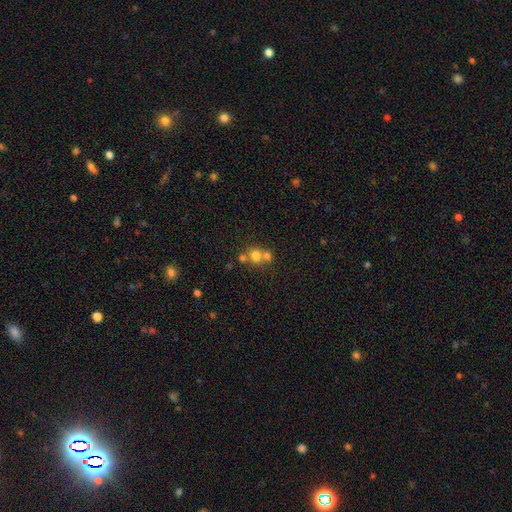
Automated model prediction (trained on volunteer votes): Smooth or featured? Predicted: smooth (p=0.69). How rounded? Predicted: round (p=0.81). Merging? Predicted: merger (p=0.51).